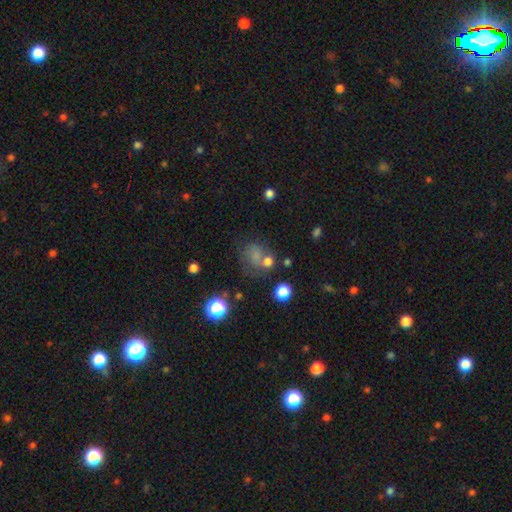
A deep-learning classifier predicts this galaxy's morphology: This is likely a smooth galaxy (61%). How rounded: likely round (63%). Merging: possibly none (47%).